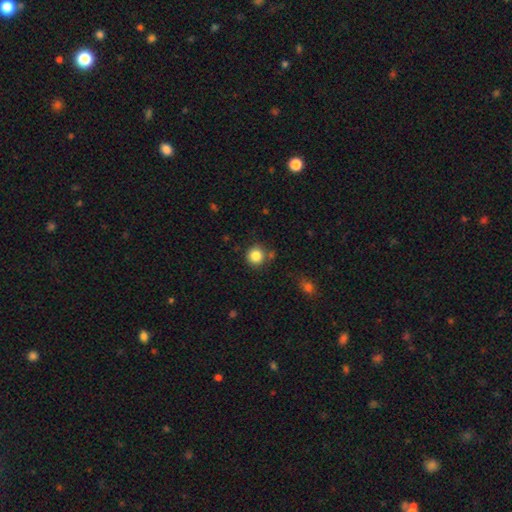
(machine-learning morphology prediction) Q: Smooth or featured?
A: smooth (85%); runner-up: star or artifact (10%)
Q: How rounded?
A: round (93%); runner-up: in between (6%)
Q: Merging?
A: none (79%); runner-up: minor disturbance (11%)